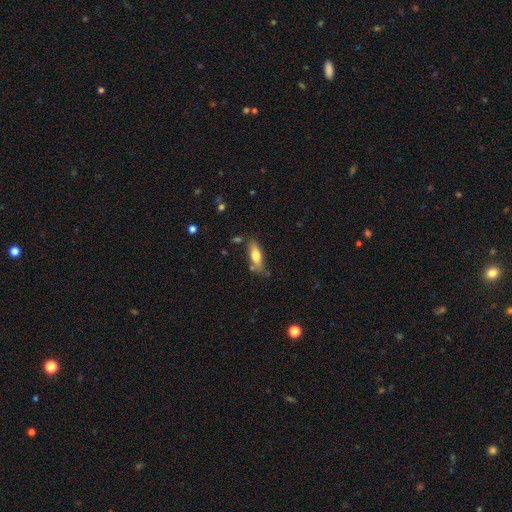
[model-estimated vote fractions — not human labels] Overall: smooth (70%). How rounded: in between (59%; cigar-shaped 39%). Merging: none (69%).